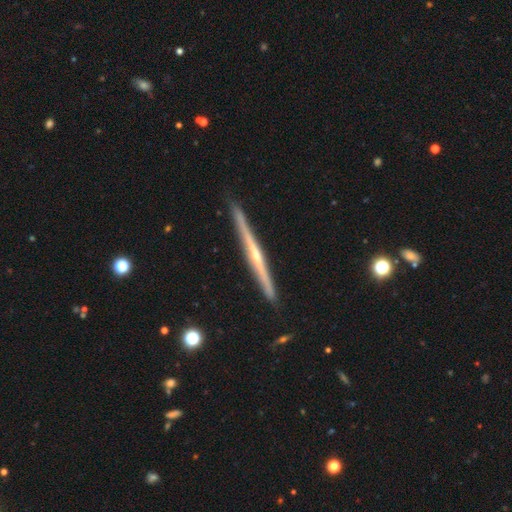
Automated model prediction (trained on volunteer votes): smooth-or-featured: featured or disk: 81% | smooth: 13% | star or artifact: 5%
  disk-edge-on: yes: 98% | no: 2%
    edge-on-bulge: rounded: 67% | none: 28% | boxy: 4%
  merging: none: 91% | minor disturbance: 7% | merger: 1% | major disturbance: 1%